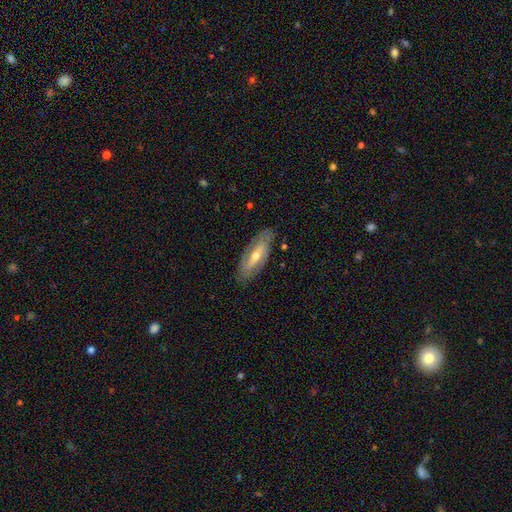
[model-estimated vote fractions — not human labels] Morphology: type=featured or disk (68%); edge-on=no (75%); bar=strong (35%); spiral arms=yes (62%); bulge=moderate (53%); merging=none (83%).